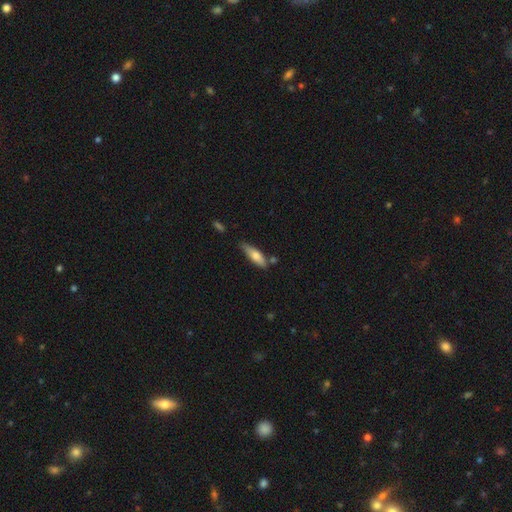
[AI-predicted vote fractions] smooth_or_featured: smooth (p=0.69) [alt: featured or disk p=0.25]
how_rounded: cigar-shaped (p=0.58) [alt: in between p=0.40]
merging: none (p=0.65) [alt: minor disturbance p=0.24]